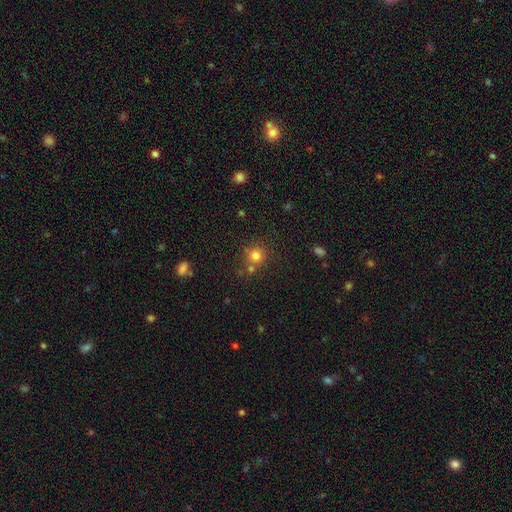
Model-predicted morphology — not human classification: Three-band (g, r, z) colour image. It shows a smooth galaxy with no disk features (78%) that is round (91%). Merging: none (70%).